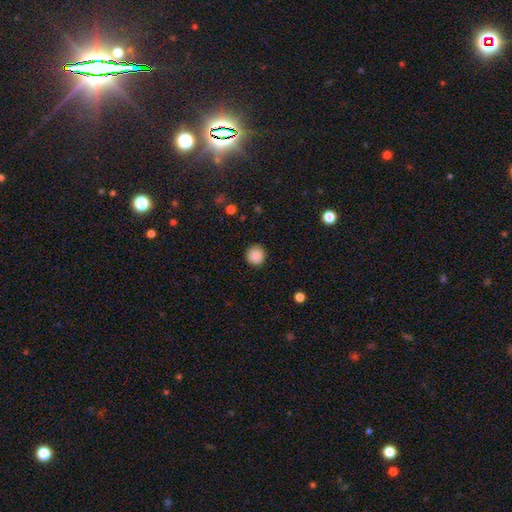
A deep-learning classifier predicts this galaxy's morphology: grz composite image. It shows a smooth galaxy with no disk features (88%) that is round (94%). Merging: none (92%).